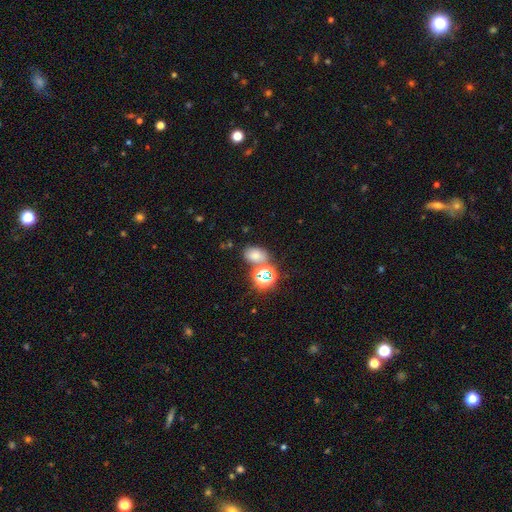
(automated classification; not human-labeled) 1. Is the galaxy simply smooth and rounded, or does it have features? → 65% smooth, 27% star or artifact, 9% featured or disk.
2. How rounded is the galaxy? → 69% in between, 29% round, 1% cigar-shaped.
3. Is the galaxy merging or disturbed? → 62% none, 21% merger, 12% minor disturbance, 5% major disturbance.